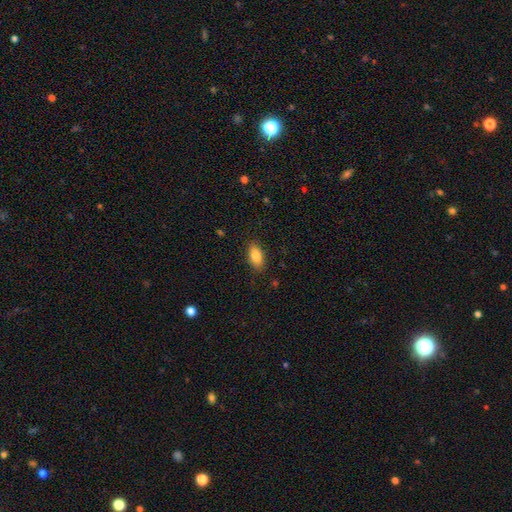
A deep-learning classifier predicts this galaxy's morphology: smooth-or-featured: smooth: 85% | featured or disk: 8% | star or artifact: 7%
  how-rounded: in between: 89% | cigar-shaped: 7% | round: 4%
  merging: none: 87% | minor disturbance: 10% | major disturbance: 3% | merger: 1%